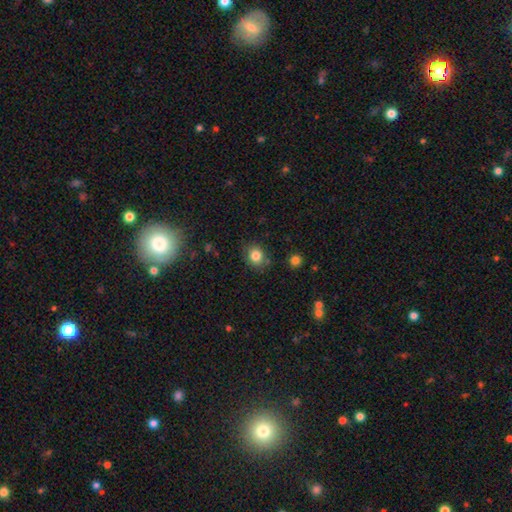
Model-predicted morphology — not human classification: The model was most divided on "how rounded": round: 72%, in between: 27%, cigar-shaped: 1%. More confident: smooth or featured — smooth (83%); merging — none (80%).